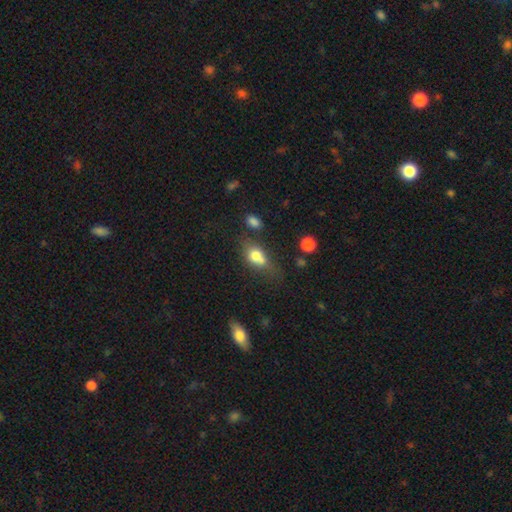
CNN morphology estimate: smooth 73%, featured or disk 17%, star or artifact 10%. Down the decision tree: how rounded — in between (67%); merging — merger (34%).